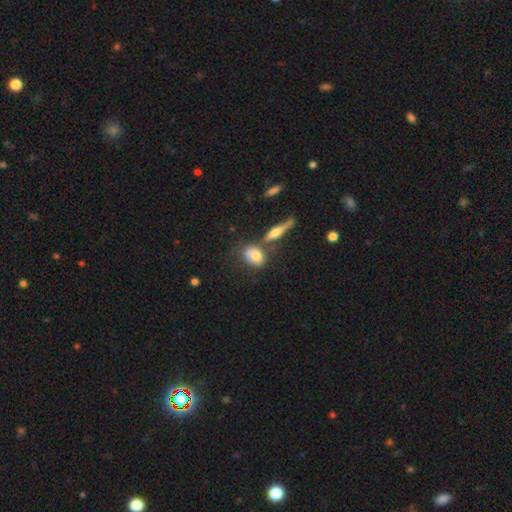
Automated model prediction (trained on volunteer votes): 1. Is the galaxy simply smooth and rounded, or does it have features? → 68% smooth, 23% featured or disk, 9% star or artifact.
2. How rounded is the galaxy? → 59% in between, 36% round, 5% cigar-shaped.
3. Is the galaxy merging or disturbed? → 46% none, 30% merger, 17% minor disturbance, 8% major disturbance.